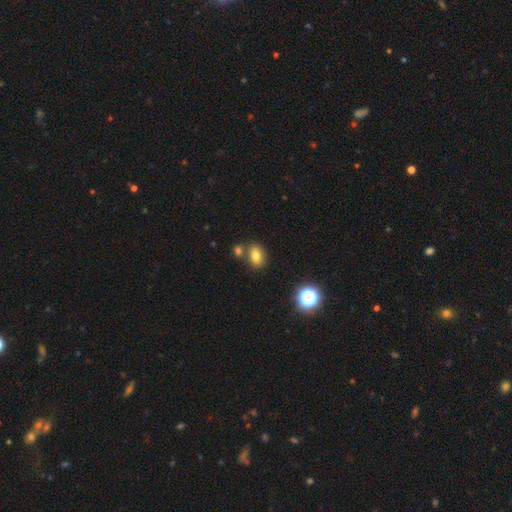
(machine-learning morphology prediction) type=smooth (75%); roundness=in between (74%); merging=none (66%).